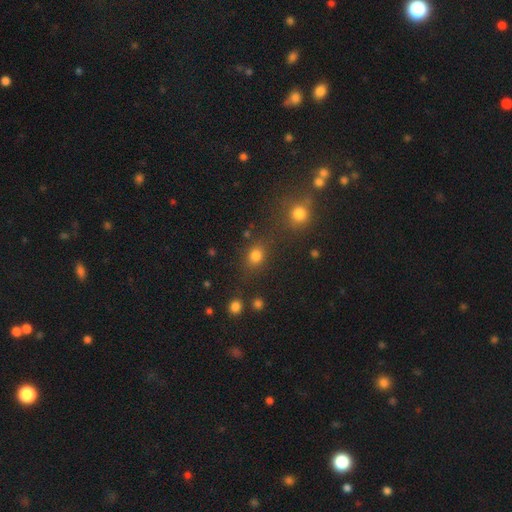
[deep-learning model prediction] Smooth or featured: smooth — 79% (star or artifact — 15%)
How rounded: round — 65% (in between — 33%)
Merging: none — 72% (minor disturbance — 11%)